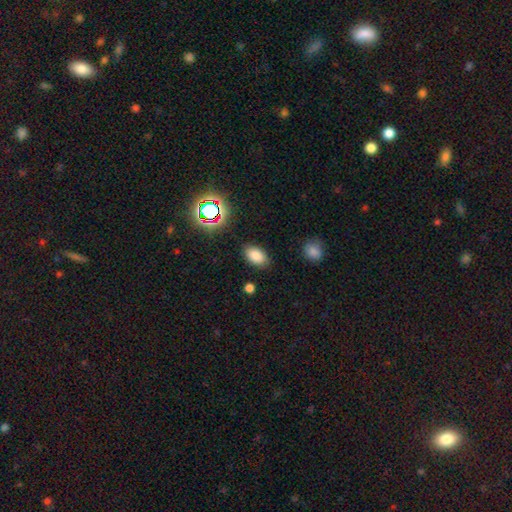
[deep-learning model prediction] A smooth galaxy with no disk features (81%) that is in between round and cigar-shaped (89%).

Vote fractions:
- Smooth or featured? smooth: 81% / star or artifact: 13% / featured or disk: 6%
- How rounded? in between: 89% / round: 9% / cigar-shaped: 1%
- Merging? none: 85% / minor disturbance: 10% / major disturbance: 3% / merger: 2%